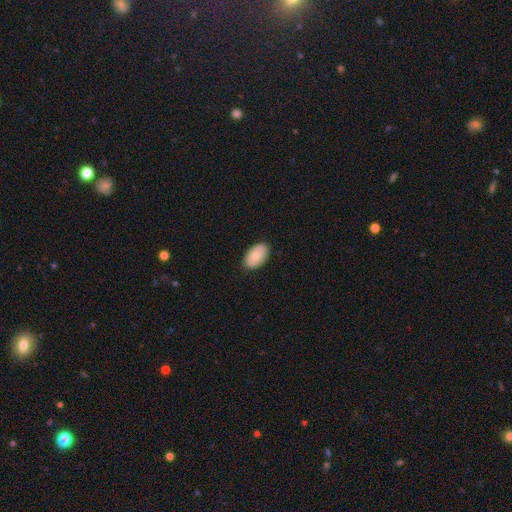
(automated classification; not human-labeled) smooth 79%, featured or disk 15%, star or artifact 6%. Down the decision tree: how rounded — in between (93%); merging — none (88%).